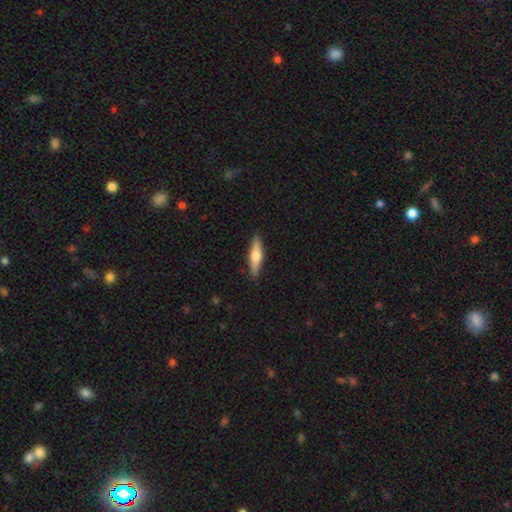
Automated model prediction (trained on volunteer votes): Q: Smooth or featured?
A: smooth (56%); runner-up: featured or disk (38%)
Q: How rounded?
A: cigar-shaped (74%); runner-up: in between (24%)
Q: Merging?
A: none (89%); runner-up: minor disturbance (8%)